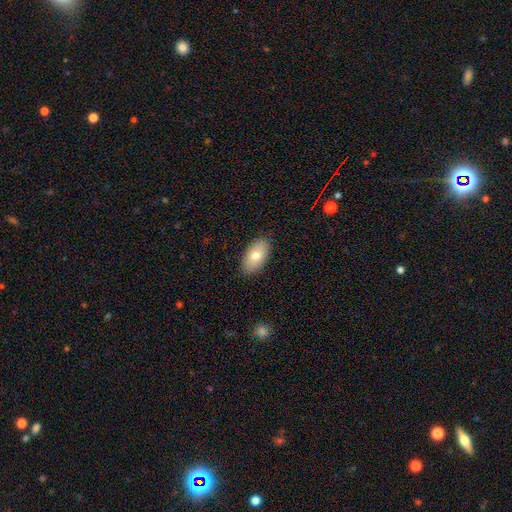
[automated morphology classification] This is likely a smooth galaxy (75%). How rounded: clearly in between (94%). Merging: clearly none (87%).